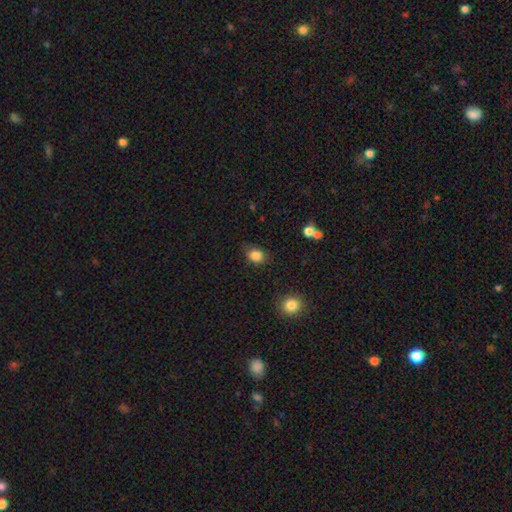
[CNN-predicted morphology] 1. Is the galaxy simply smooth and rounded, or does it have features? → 85% smooth, 10% star or artifact, 5% featured or disk.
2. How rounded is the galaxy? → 50% in between, 49% round, 1% cigar-shaped.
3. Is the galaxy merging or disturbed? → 74% none, 20% minor disturbance, 4% major disturbance, 2% merger.